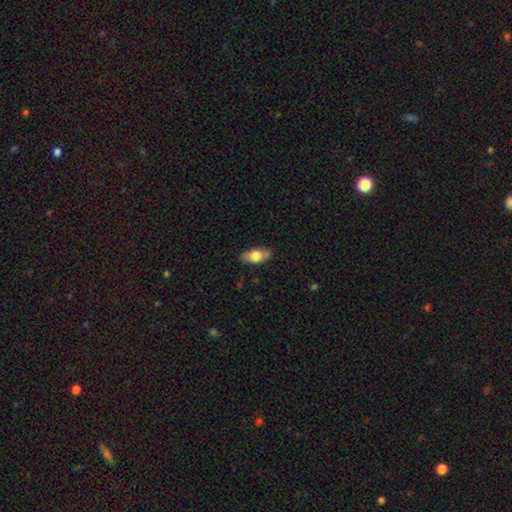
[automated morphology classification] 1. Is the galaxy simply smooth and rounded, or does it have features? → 72% smooth, 22% featured or disk, 6% star or artifact.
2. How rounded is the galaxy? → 87% in between, 8% cigar-shaped, 5% round.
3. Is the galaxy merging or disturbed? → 85% none, 12% minor disturbance, 2% major disturbance, 1% merger.